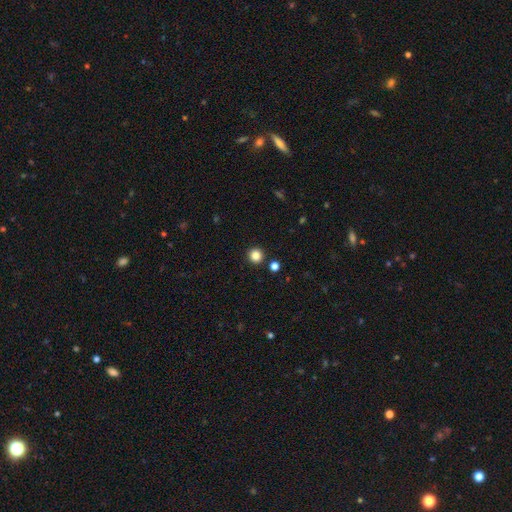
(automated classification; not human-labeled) A smooth galaxy with no disk features (84%) that is round (95%).

Vote fractions:
- Smooth or featured? smooth: 84% / star or artifact: 12% / featured or disk: 4%
- How rounded? round: 95% / in between: 4% / cigar-shaped: 1%
- Merging? none: 91% / minor disturbance: 5% / merger: 3% / major disturbance: 2%